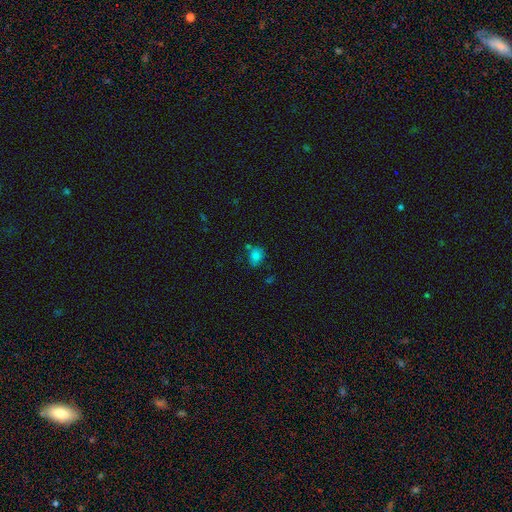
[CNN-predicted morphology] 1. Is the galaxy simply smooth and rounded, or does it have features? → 79% smooth, 13% star or artifact, 8% featured or disk.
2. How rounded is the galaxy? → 50% in between, 49% round, 1% cigar-shaped.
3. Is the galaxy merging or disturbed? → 64% none, 20% minor disturbance, 10% merger, 5% major disturbance.